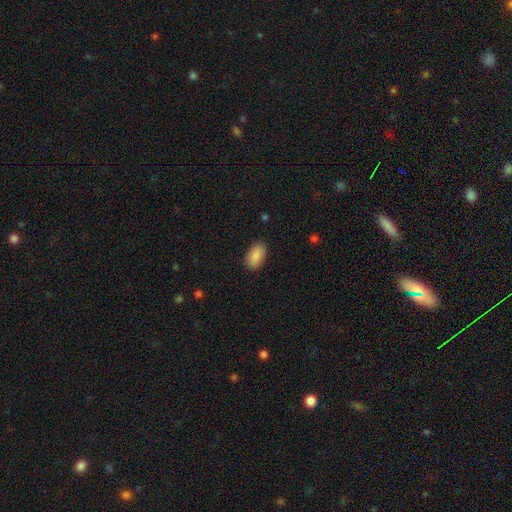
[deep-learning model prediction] The model was most divided on "merging": none: 88%, minor disturbance: 9%, major disturbance: 2%, merger: 1%. More confident: how rounded — in between (94%); smooth or featured — smooth (90%).